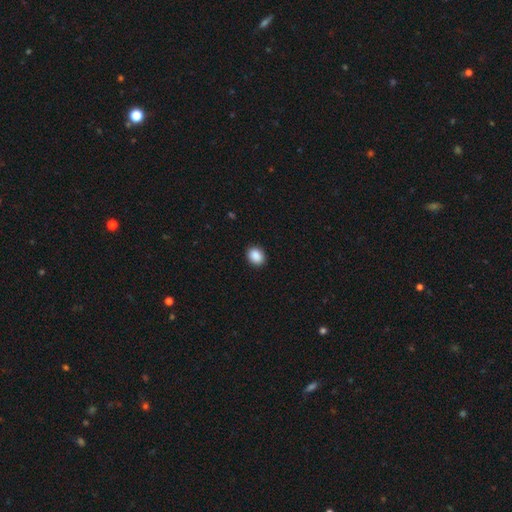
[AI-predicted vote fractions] This appears to be a smooth galaxy with no disk features (89%) that is in between round and cigar-shaped (50%). Merging: none (90%).